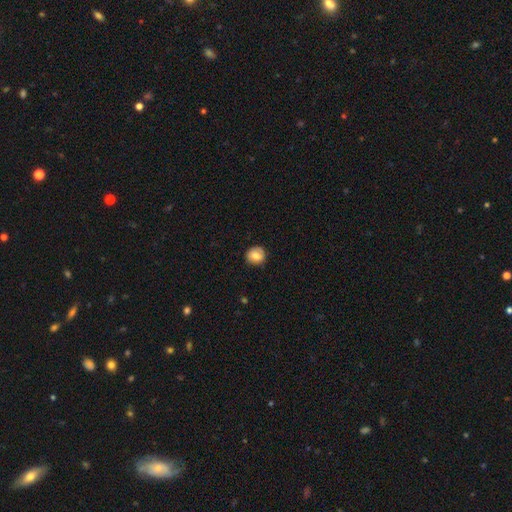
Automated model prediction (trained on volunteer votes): Overall: smooth (80%). How rounded: round (80%). Merging: none (80%).